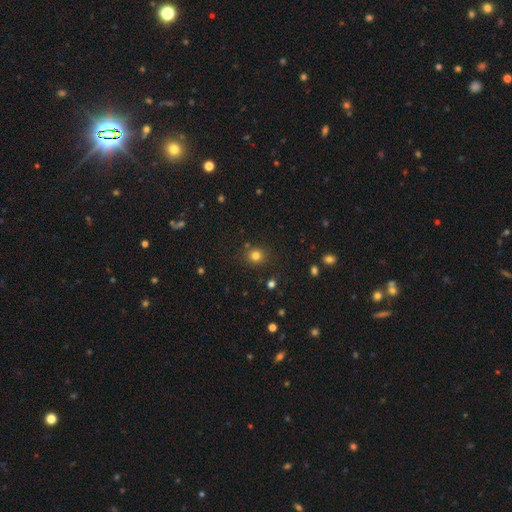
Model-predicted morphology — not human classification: type=smooth (80%); roundness=round (85%); merging=none (86%).